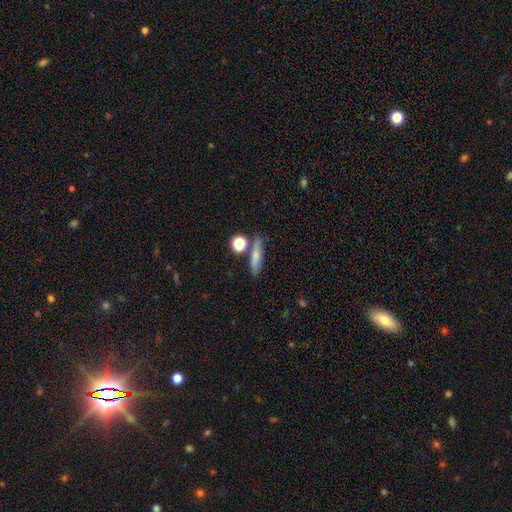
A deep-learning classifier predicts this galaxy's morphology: Smooth or featured?
  - smooth: 68% *
  - featured or disk: 22%
  - star or artifact: 9%
How rounded?
  - cigar-shaped: 65% *
  - in between: 26%
  - round: 9%
Merging?
  - none: 74% *
  - minor disturbance: 12%
  - merger: 11%
  - major disturbance: 4%